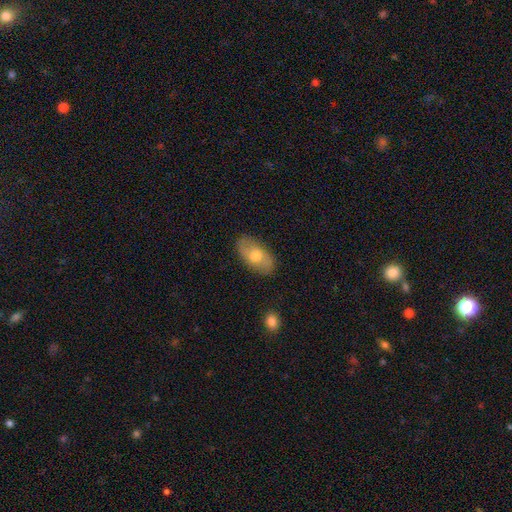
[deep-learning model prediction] Smooth or featured: smooth — 58% (featured or disk — 36%)
How rounded: in between — 92% (round — 5%)
Merging: none — 84% (minor disturbance — 12%)